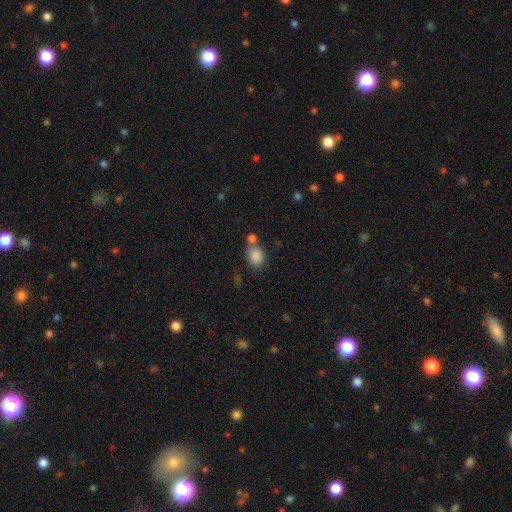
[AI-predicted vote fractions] A smooth galaxy with no disk features (85%) that is round (50%).

Vote fractions:
- Smooth or featured? smooth: 85% / star or artifact: 9% / featured or disk: 6%
- How rounded? round: 50% / in between: 48% / cigar-shaped: 1%
- Merging? none: 49% / merger: 33% / minor disturbance: 13% / major disturbance: 5%